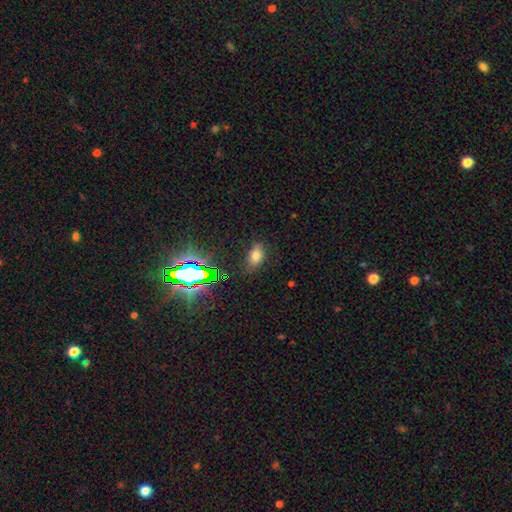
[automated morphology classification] type=smooth (69%); roundness=in between (87%); merging=none (78%).